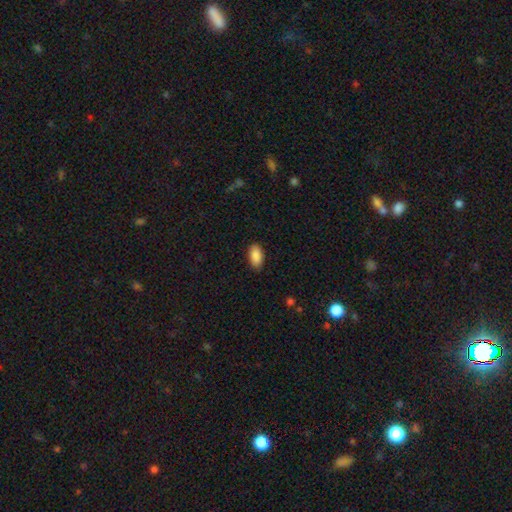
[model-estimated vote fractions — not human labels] The model was most divided on "merging": none: 87%, minor disturbance: 9%, major disturbance: 2%, merger: 1%. More confident: how rounded — in between (94%); smooth or featured — smooth (90%).